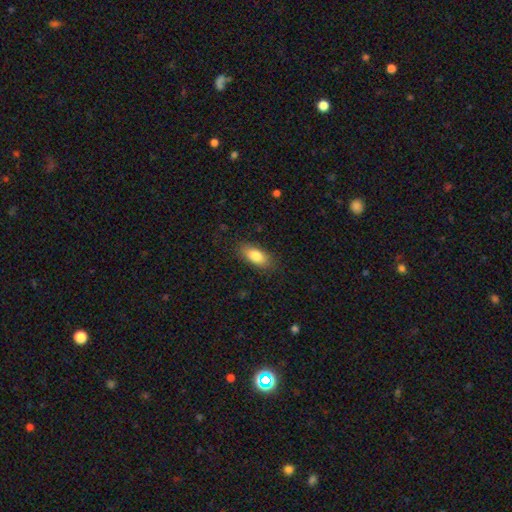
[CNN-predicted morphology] The model was most divided on "merging": none: 82%, minor disturbance: 13%, major disturbance: 4%, merger: 1%. More confident: how rounded — in between (86%); smooth or featured — smooth (83%).